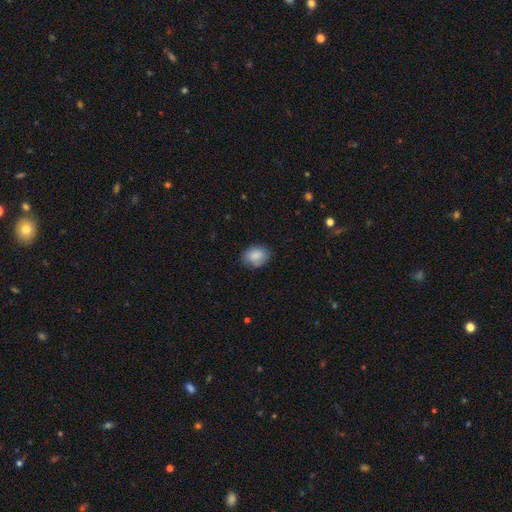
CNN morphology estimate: This is clearly a smooth galaxy (87%). How rounded: likely in between (64%). Merging: likely none (78%).